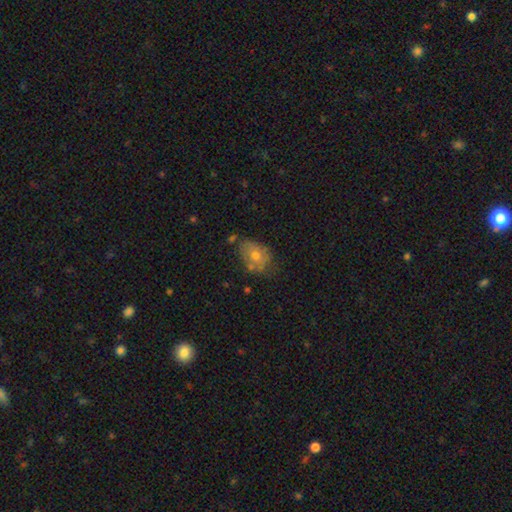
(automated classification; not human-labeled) This appears to be a smooth galaxy with no disk features (60%) that is in between round and cigar-shaped (74%). Merging: none (54%).